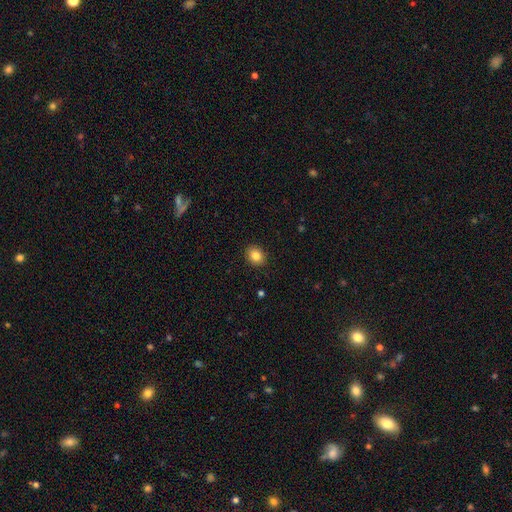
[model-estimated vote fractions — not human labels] Overall: smooth (84%). How rounded: round (56%; in between 43%). Merging: none (90%).